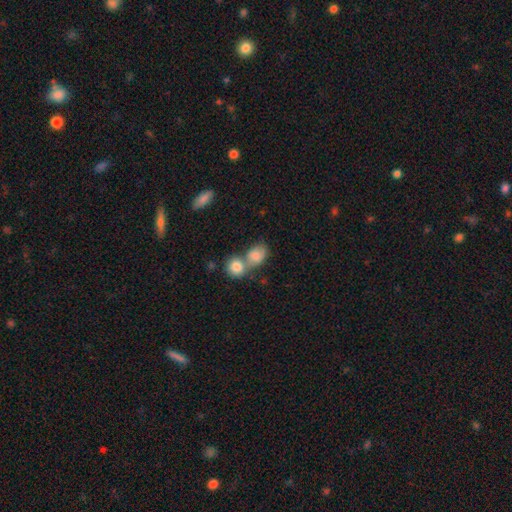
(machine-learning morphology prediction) The model was most divided on "how rounded": in between: 62%, round: 36%, cigar-shaped: 2%. More confident: smooth or featured — smooth (81%); merging — merger (61%).